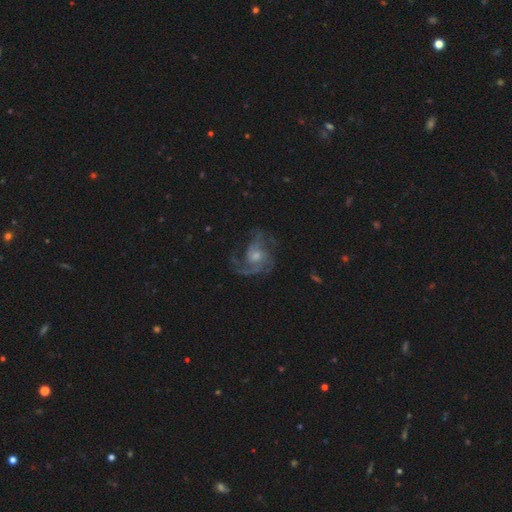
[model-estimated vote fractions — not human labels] This appears to be a featured or disk galaxy (85%) with no bar (69%), 3 (40%) medium (52%) spiral arms (96%) and a small central bulge (46%). Merging: none (65%).